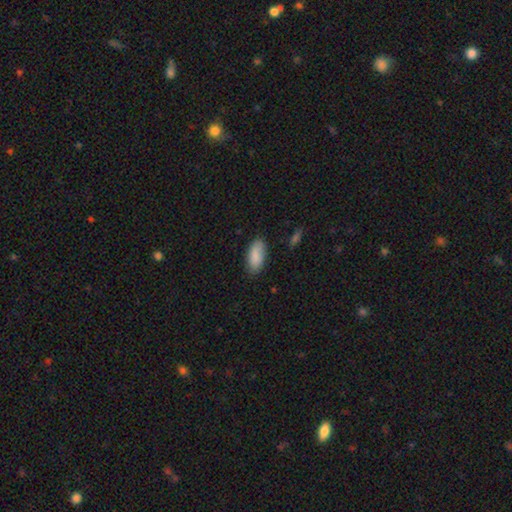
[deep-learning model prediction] Smooth or featured: smooth — 88% (star or artifact — 6%)
How rounded: in between — 91% (cigar-shaped — 8%)
Merging: none — 81% (minor disturbance — 15%)